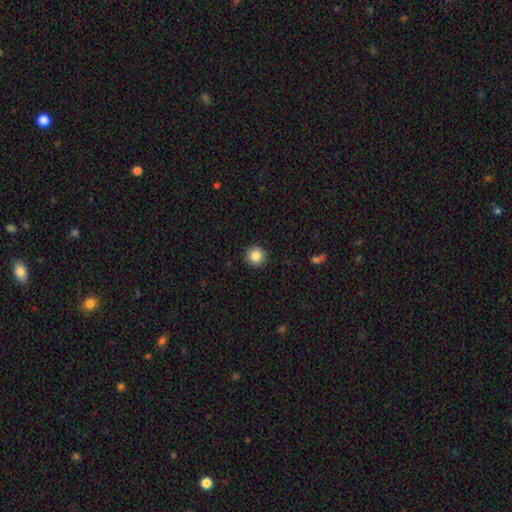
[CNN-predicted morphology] This appears to be a smooth galaxy with no disk features (85%) that is round (95%). Merging: none (92%).